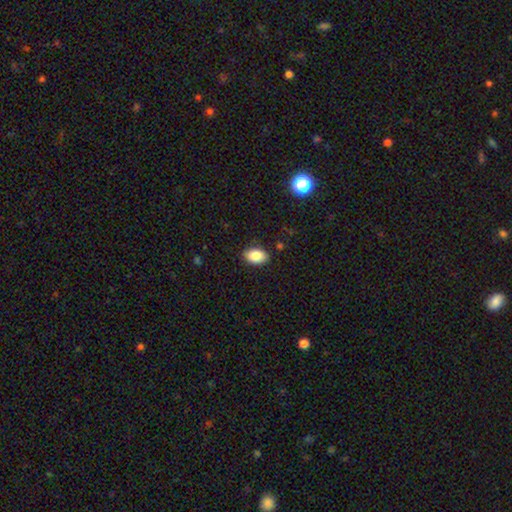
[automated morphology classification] Overall: smooth (86%). How rounded: in between (89%). Merging: none (88%).